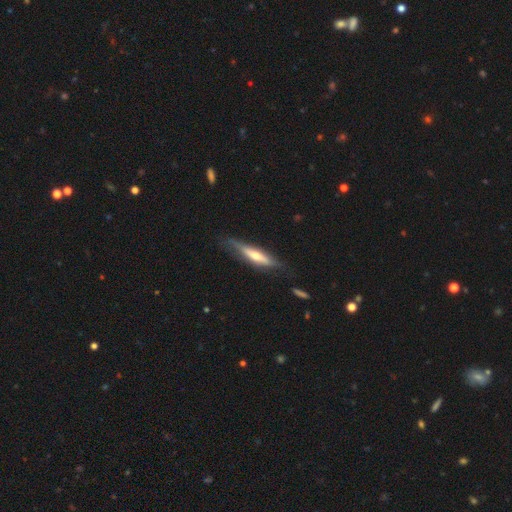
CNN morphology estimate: The model was most divided on "smooth or featured": featured or disk: 56%, smooth: 38%, star or artifact: 5%. More confident: edge-on disk — yes (86%); merging — none (66%).